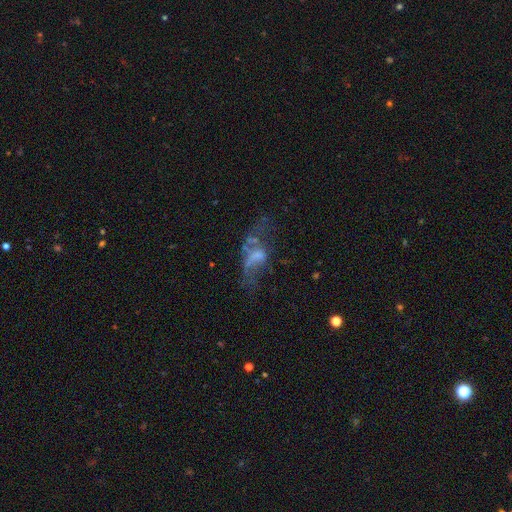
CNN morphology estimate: Smooth or featured? Predicted: featured or disk (p=0.56). Edge-on disk? Predicted: no (p=0.91). Bar? Predicted: no (p=0.71). Spiral arms? Predicted: no (p=0.69). Bulge size? Predicted: none (p=0.45). Merging? Predicted: major disturbance (p=0.41).